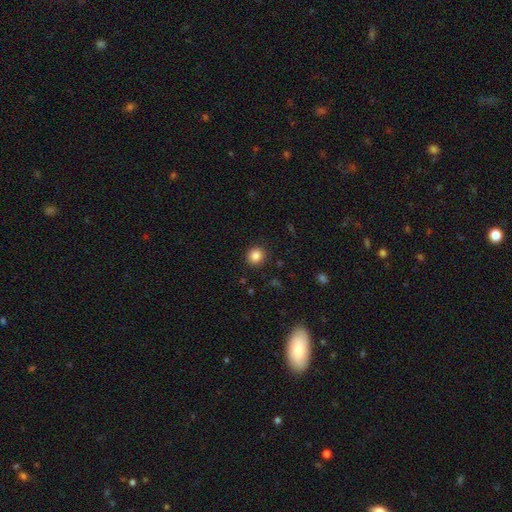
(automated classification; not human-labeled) A smooth galaxy with no disk features (85%) that is round (89%). Merging: none (91%).